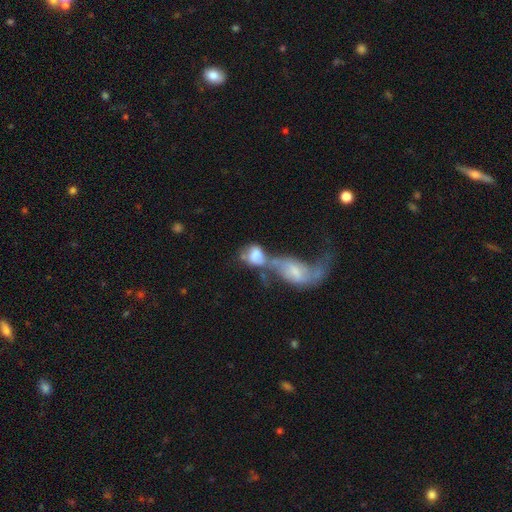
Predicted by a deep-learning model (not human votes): Q: Smooth or featured?
A: smooth (59%); runner-up: featured or disk (32%)
Q: How rounded?
A: in between (77%); runner-up: round (19%)
Q: Merging?
A: merger (73%); runner-up: major disturbance (12%)